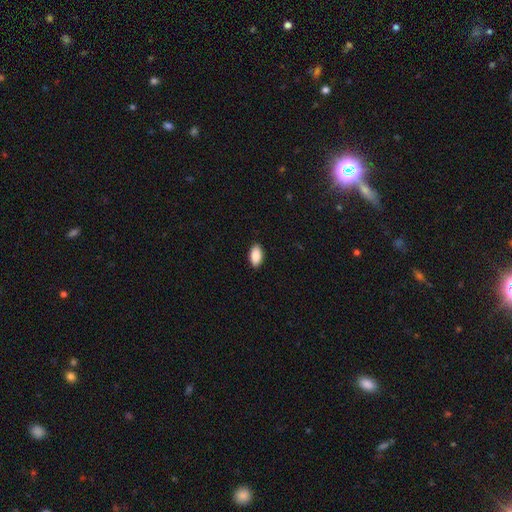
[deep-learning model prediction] A smooth galaxy with no disk features (90%) that is in between round and cigar-shaped (95%).

Vote fractions:
- Smooth or featured? smooth: 90% / star or artifact: 6% / featured or disk: 4%
- How rounded? in between: 95% / cigar-shaped: 3% / round: 3%
- Merging? none: 90% / minor disturbance: 7% / major disturbance: 2% / merger: 1%